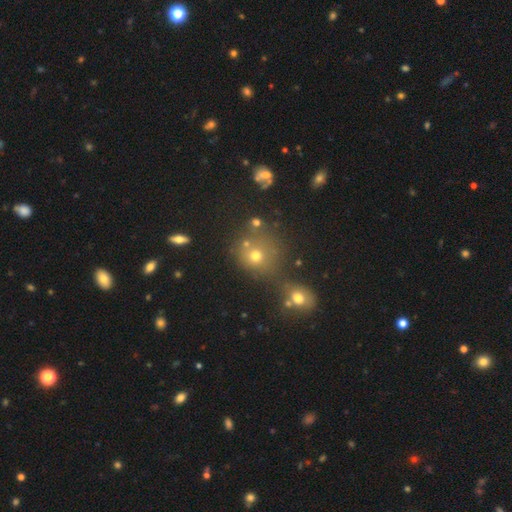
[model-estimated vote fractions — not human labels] This appears to be a smooth galaxy with no disk features (62%) that is round (85%). Merging: none (60%).